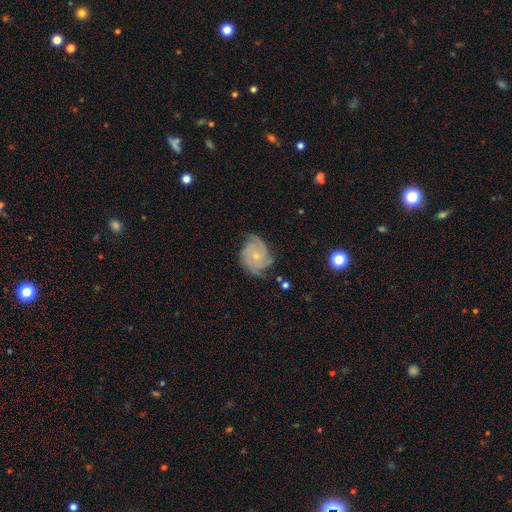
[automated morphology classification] The model was most divided on "spiral arm count": 2: 34%, 3: 27%, can't tell: 20%, 4: 9%, 1: 5%, more than 4: 5%. More confident: edge-on disk — no (98%); spiral arms — yes (94%); bar — no (81%); smooth or featured — featured or disk (77%); bulge size — small (70%); merging — none (64%); spiral winding — tight (51%).